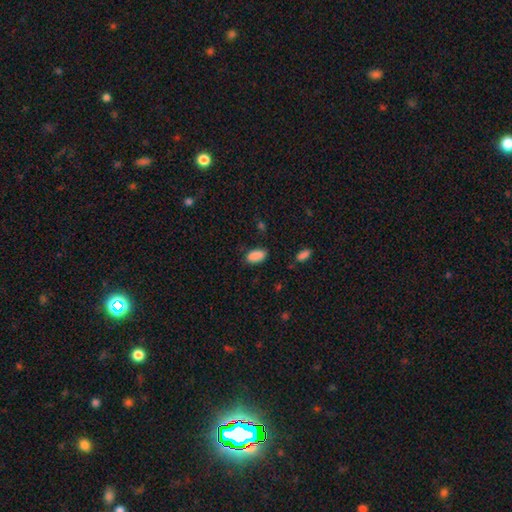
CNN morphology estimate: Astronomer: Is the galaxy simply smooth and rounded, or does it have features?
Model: smooth — 89%.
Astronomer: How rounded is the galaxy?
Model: in between — 92%.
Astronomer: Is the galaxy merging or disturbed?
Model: none — 81%.